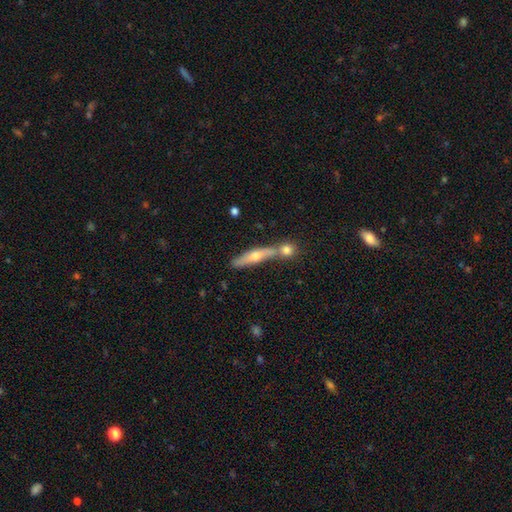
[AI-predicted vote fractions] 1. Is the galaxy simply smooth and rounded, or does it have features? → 49% featured or disk, 43% smooth, 8% star or artifact.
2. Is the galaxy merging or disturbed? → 55% none, 30% merger, 12% minor disturbance, 4% major disturbance.